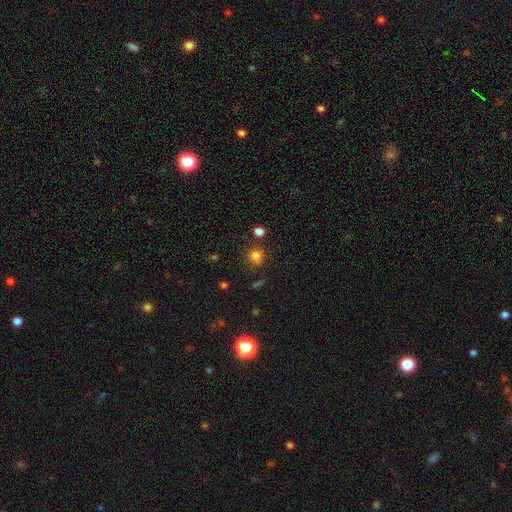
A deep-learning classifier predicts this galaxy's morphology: Smooth or featured? Predicted: smooth (p=0.77). How rounded? Predicted: round (p=0.81). Merging? Predicted: none (p=0.70).